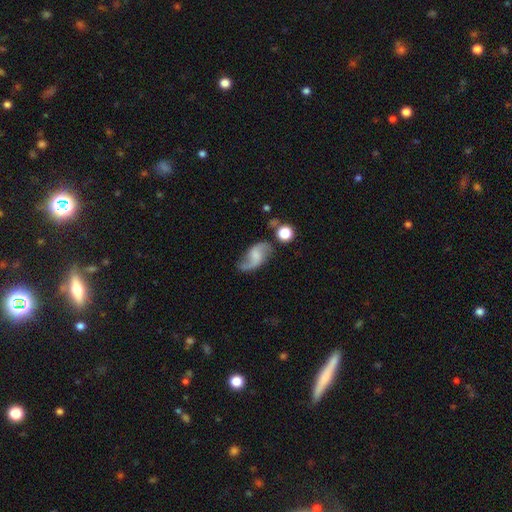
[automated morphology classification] smooth-or-featured: featured or disk: 78% | smooth: 15% | star or artifact: 7%
  disk-edge-on: no: 97% | yes: 3%
    bar: weak: 45% | no: 44% | strong: 12%
    has-spiral-arms: yes: 95% | no: 5%
      spiral-winding: loose: 75% | medium: 20% | tight: 5%
      spiral-arm-count: 2: 91% | 1: 3% | can't tell: 3% | 3: 1% | 4: 1% | more than 4: 1%
    bulge-size: none: 39% | small: 29% | moderate: 23% | large: 7% | dominant: 2%
  merging: none: 71% | minor disturbance: 17% | major disturbance: 7% | merger: 5%